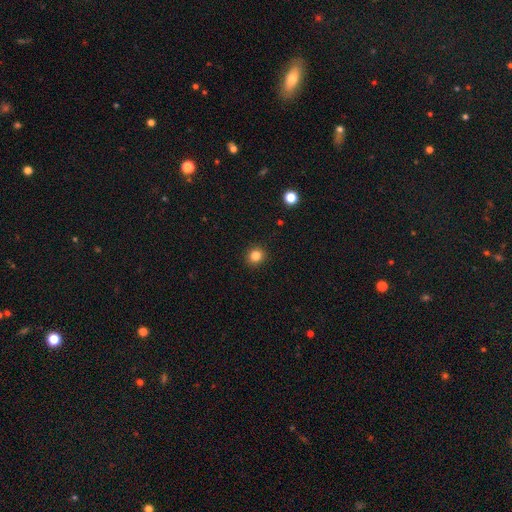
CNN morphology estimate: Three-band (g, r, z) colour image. It shows a smooth galaxy with no disk features (83%) that is round (88%). Merging: none (92%).